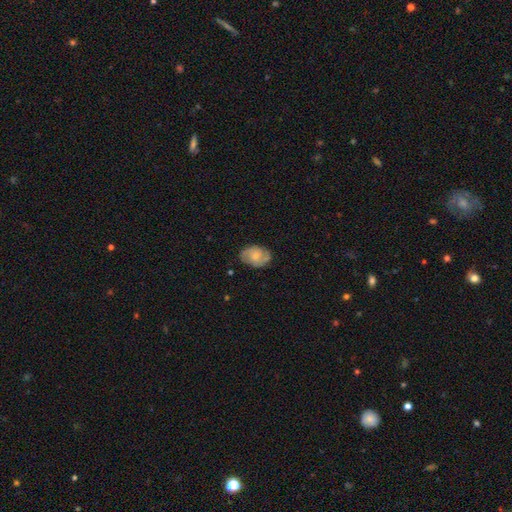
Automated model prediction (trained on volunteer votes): Smooth or featured? featured or disk (56%)
Edge-on disk? no (97%)
Bar? no (67%)
Spiral arms? yes (87%)
Bulge size? small (44%)
Merging? none (73%)